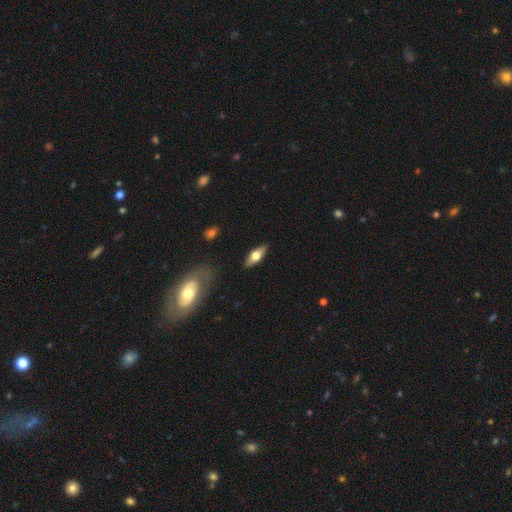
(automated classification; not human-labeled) This is possibly a smooth galaxy (54%). How rounded: likely in between (71%). Merging: clearly none (87%).